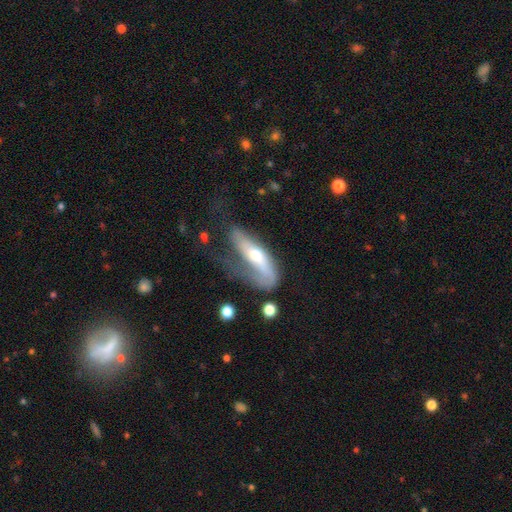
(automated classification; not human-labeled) Overall: featured or disk (52%; smooth 42%). Edge-on disk: no (58%; yes 42%). Merging: major disturbance (43%; none 27%).